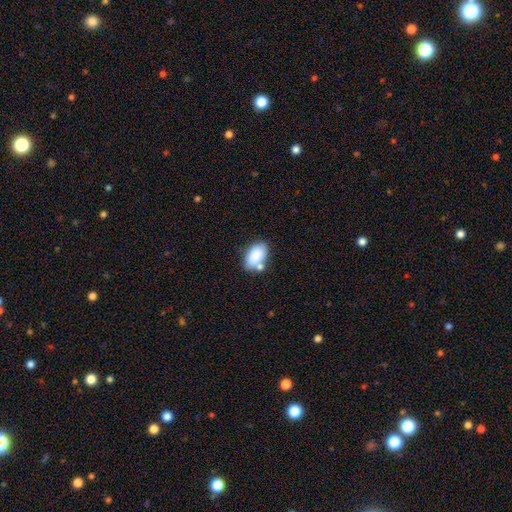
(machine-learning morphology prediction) smooth_or_featured: smooth (p=0.86) [alt: star or artifact p=0.07]
how_rounded: in between (p=0.93) [alt: round p=0.06]
merging: none (p=0.62) [alt: merger p=0.18]